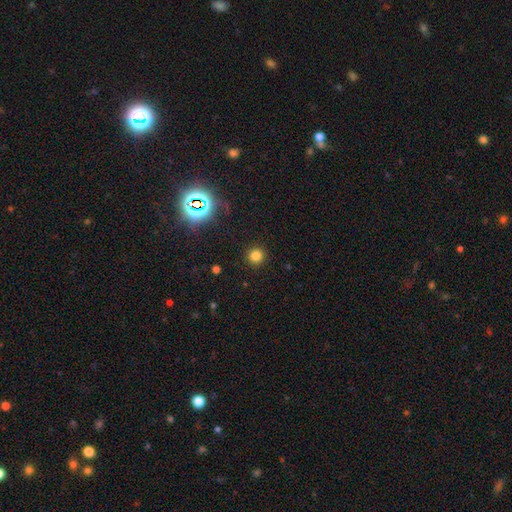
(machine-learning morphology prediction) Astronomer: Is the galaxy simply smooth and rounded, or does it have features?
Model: smooth — 78%.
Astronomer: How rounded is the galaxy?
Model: round — 94%.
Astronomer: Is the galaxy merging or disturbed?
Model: none — 92%.